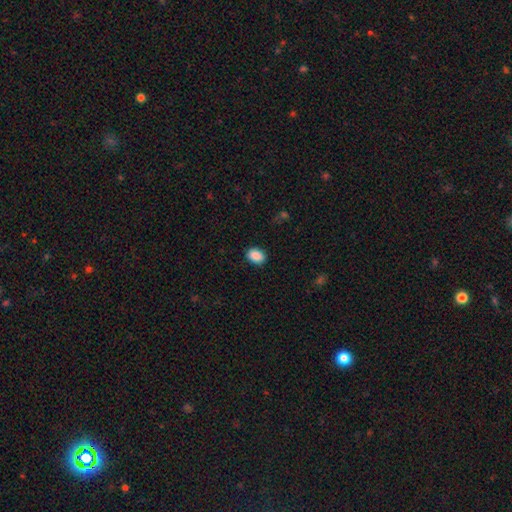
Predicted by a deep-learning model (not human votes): Overall: smooth (90%). How rounded: in between (77%). Merging: none (88%).